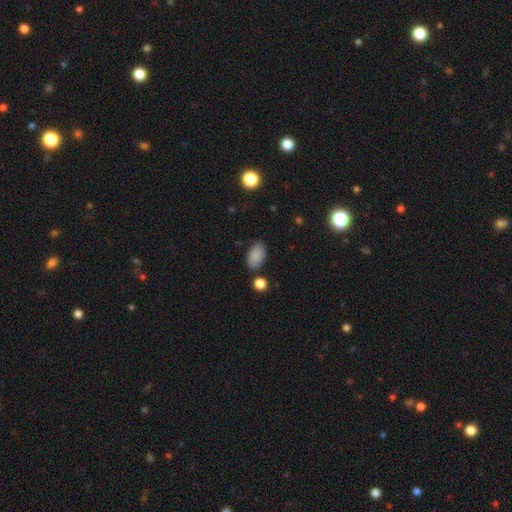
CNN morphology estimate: Overall: smooth (86%). How rounded: in between (93%). Merging: none (78%).